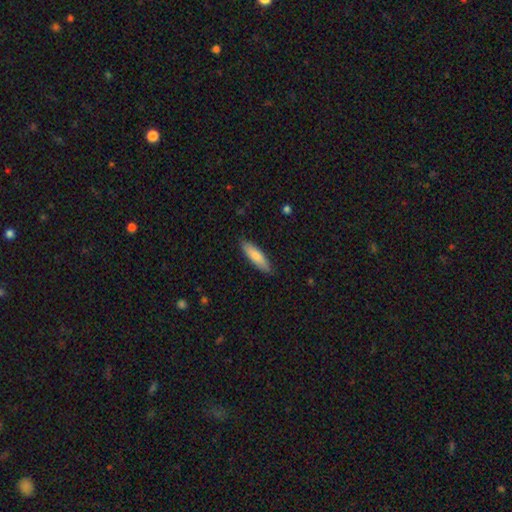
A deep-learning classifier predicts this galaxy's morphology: The model was most divided on "how rounded": cigar-shaped: 62%, in between: 37%, round: 1%. More confident: merging — none (87%); smooth or featured — smooth (80%).